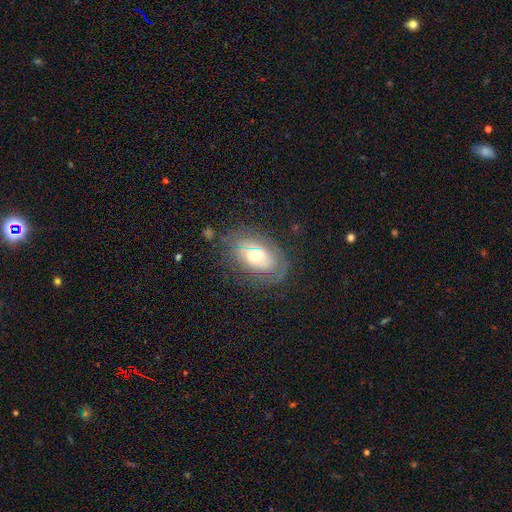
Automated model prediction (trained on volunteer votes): Smooth or featured?
  - featured or disk: 57% *
  - smooth: 33%
  - star or artifact: 9%
Edge-on disk?
  - no: 91% *
  - yes: 9%
Bar?
  - no: 63% *
  - weak: 27%
  - strong: 10%
Spiral arms?
  - yes: 56% *
  - no: 44%
Bulge size?
  - moderate: 72% *
  - small: 13%
  - large: 12%
  - dominant: 2%
  - none: 1%
Merging?
  - none: 70% *
  - minor disturbance: 19%
  - major disturbance: 9%
  - merger: 2%